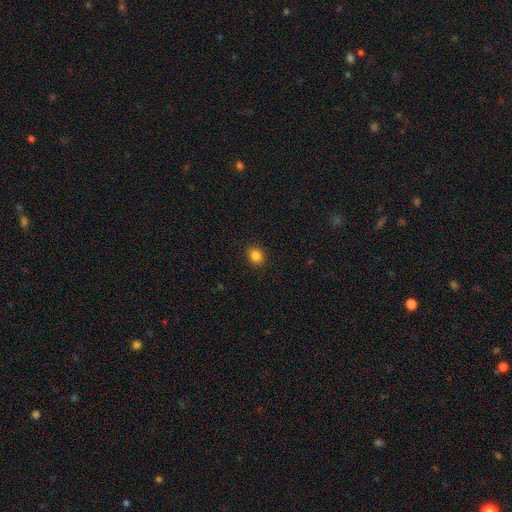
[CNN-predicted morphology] A smooth galaxy with no disk features (85%) that is round (73%). Merging: none (91%).